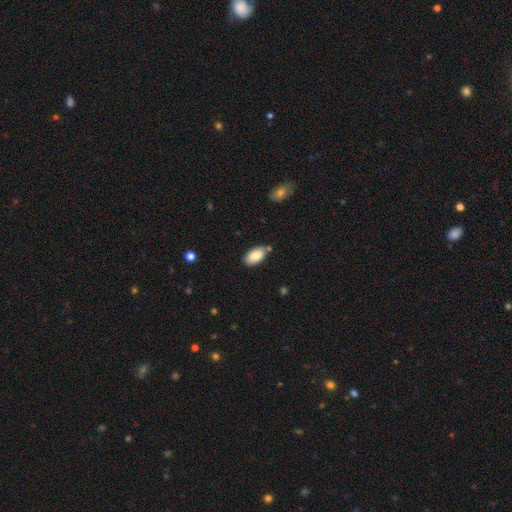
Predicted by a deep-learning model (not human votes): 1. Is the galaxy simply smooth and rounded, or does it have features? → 84% smooth, 9% featured or disk, 7% star or artifact.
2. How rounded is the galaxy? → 94% in between, 3% round, 3% cigar-shaped.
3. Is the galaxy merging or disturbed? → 73% none, 16% minor disturbance, 7% merger, 3% major disturbance.